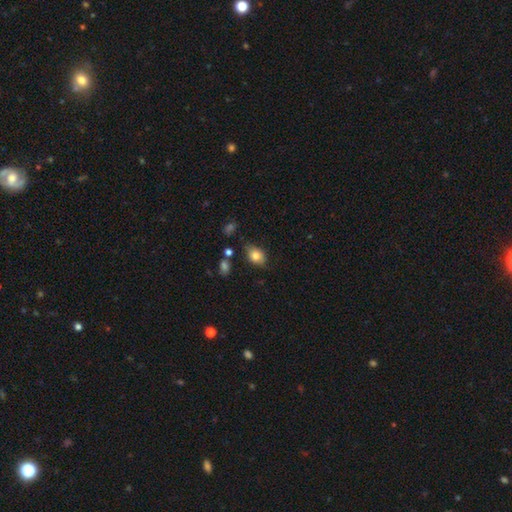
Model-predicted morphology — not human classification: smooth-or-featured: smooth: 81% | featured or disk: 10% | star or artifact: 9%
  how-rounded: in between: 73% | round: 26% | cigar-shaped: 1%
  merging: none: 73% | minor disturbance: 20% | major disturbance: 4% | merger: 3%